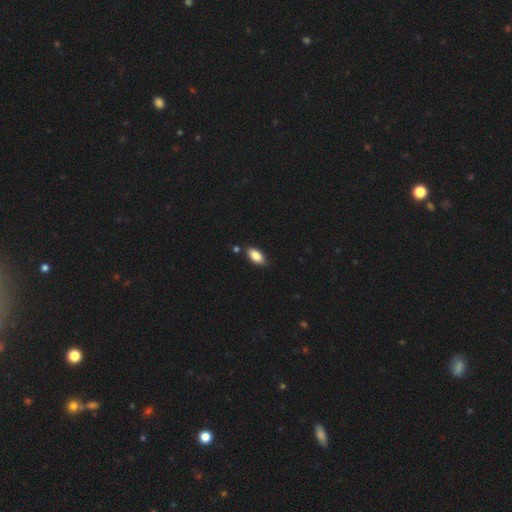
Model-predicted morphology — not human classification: Smooth or featured: smooth — 86% (featured or disk — 7%)
How rounded: in between — 91% (cigar-shaped — 6%)
Merging: none — 79% (minor disturbance — 15%)